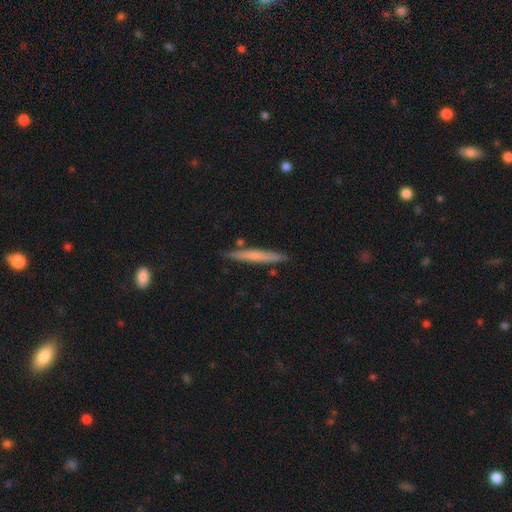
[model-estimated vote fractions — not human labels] Smooth or featured? Predicted: smooth (p=0.56). How rounded? Predicted: cigar-shaped (p=0.96). Merging? Predicted: none (p=0.87).